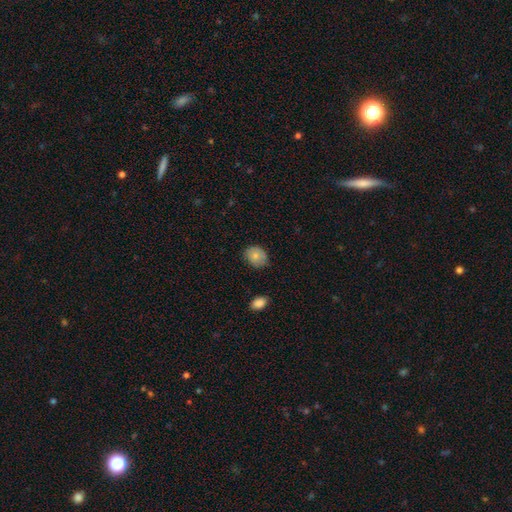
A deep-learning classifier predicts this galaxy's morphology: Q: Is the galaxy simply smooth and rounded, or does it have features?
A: smooth — 79%.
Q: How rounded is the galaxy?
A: in between — 54%.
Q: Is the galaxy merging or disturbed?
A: none — 71%.